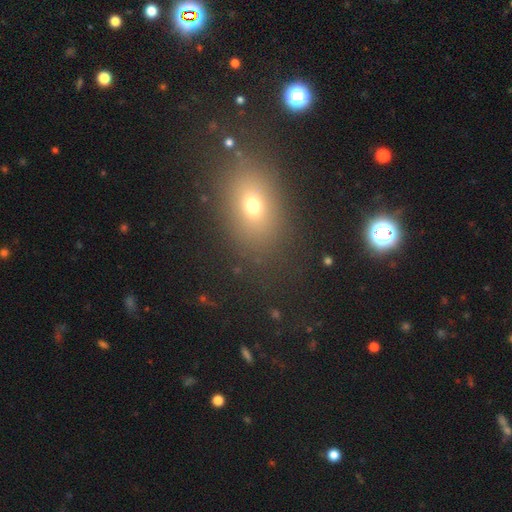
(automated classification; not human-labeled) This is likely a smooth galaxy (61%). How rounded: likely in between (68%). Merging: clearly none (83%).